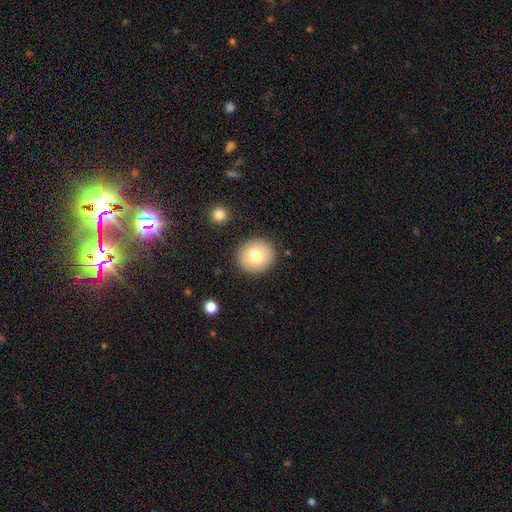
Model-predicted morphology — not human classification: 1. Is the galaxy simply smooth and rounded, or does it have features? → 77% smooth, 14% featured or disk, 9% star or artifact.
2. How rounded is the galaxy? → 88% round, 11% in between, 1% cigar-shaped.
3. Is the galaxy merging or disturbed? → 88% none, 7% minor disturbance, 2% major disturbance, 2% merger.